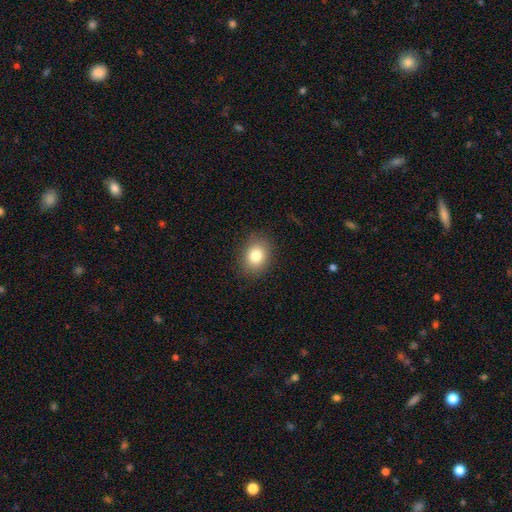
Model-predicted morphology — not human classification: Q: Smooth or featured?
A: smooth (82%); runner-up: star or artifact (10%)
Q: How rounded?
A: round (50%); runner-up: in between (49%)
Q: Merging?
A: none (88%); runner-up: minor disturbance (8%)